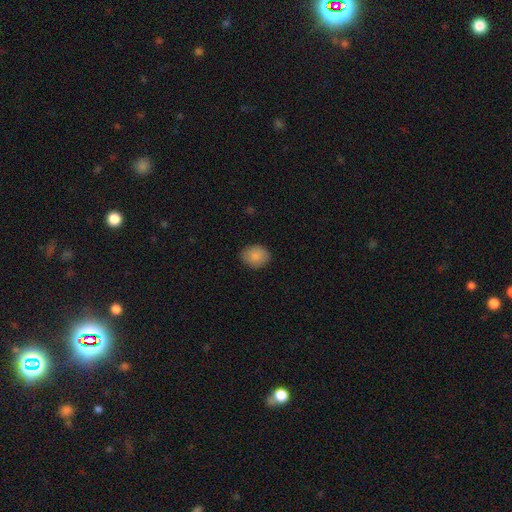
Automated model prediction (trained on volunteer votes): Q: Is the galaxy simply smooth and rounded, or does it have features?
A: smooth — 87%.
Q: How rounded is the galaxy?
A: round — 56%.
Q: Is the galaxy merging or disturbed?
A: none — 87%.